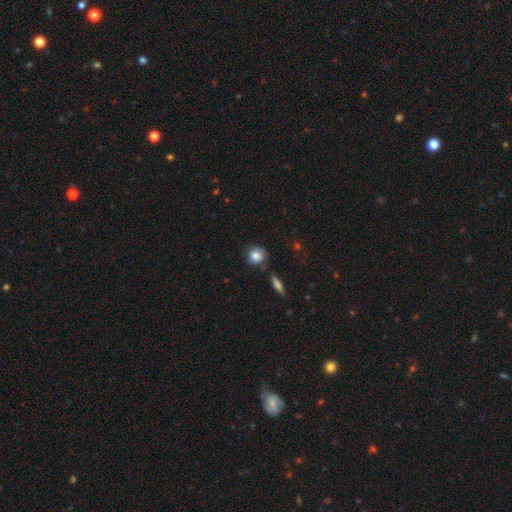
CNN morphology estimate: Smooth or featured?
  - smooth: 83% *
  - star or artifact: 8%
  - featured or disk: 8%
How rounded?
  - round: 84% *
  - in between: 14%
  - cigar-shaped: 2%
Merging?
  - none: 73% *
  - minor disturbance: 17%
  - merger: 6%
  - major disturbance: 4%